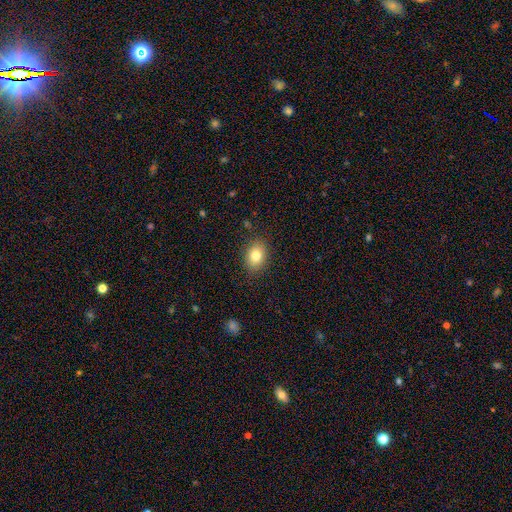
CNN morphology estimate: smooth 81%, featured or disk 10%, star or artifact 9%. Down the decision tree: how rounded — in between (70%); merging — none (86%).